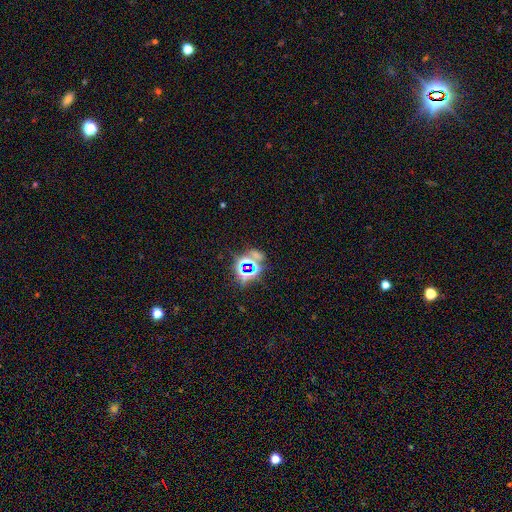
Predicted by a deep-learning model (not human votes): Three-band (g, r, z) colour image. It shows a star or artifact, not a galaxy (72%).